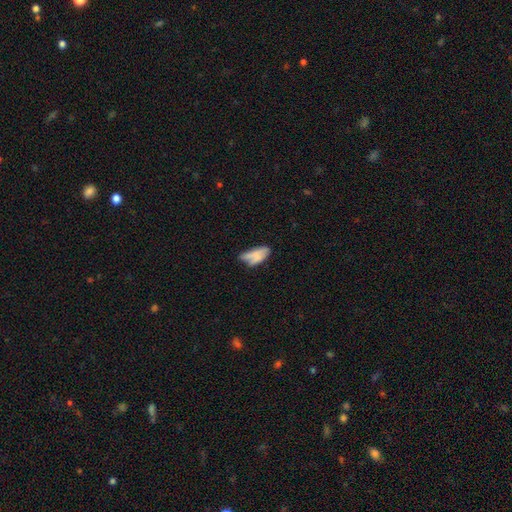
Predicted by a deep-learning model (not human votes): Smooth or featured: smooth — 69% (featured or disk — 22%)
How rounded: in between — 79% (cigar-shaped — 18%)
Merging: none — 37% (minor disturbance — 32%)